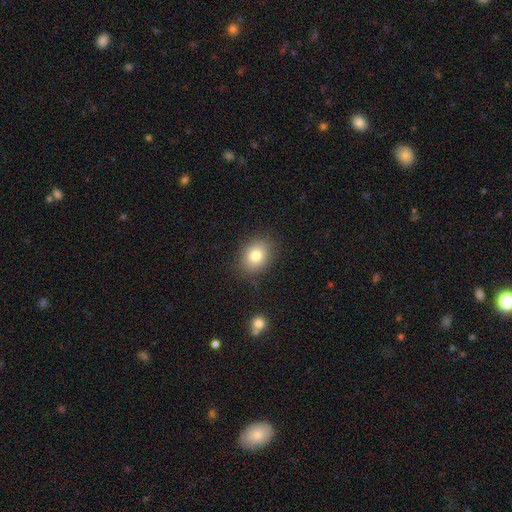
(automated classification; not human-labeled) Smooth or featured: smooth — 79% (featured or disk — 10%)
How rounded: in between — 51% (round — 48%)
Merging: none — 84% (minor disturbance — 11%)